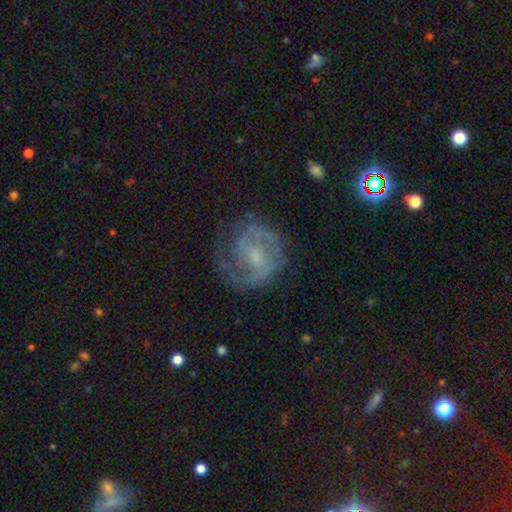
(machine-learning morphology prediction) The model was most divided on "spiral winding": medium: 47%, tight: 39%, loose: 14%. Remaining: edge-on disk — no (98%); spiral arms — yes (93%); smooth or featured — featured or disk (79%); merging — none (70%); spiral arm count — 2 (64%); bulge size — small (54%); bar — weak (48%).